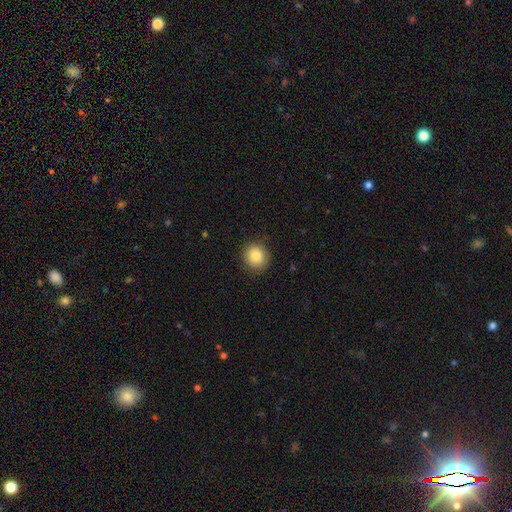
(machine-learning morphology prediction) Smooth or featured? smooth (87%)
How rounded? round (85%)
Merging? none (88%)